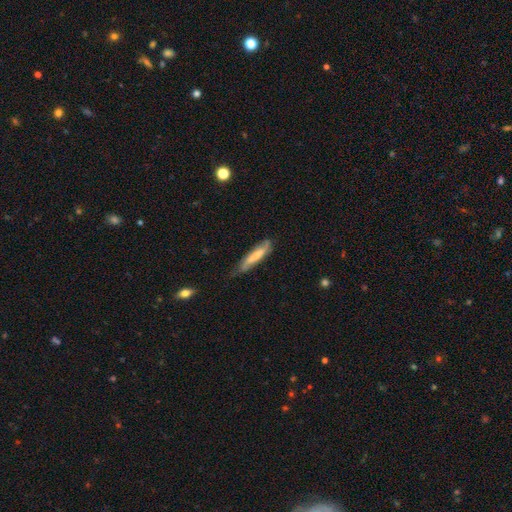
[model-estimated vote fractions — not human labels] smooth-or-featured: smooth: 59% | featured or disk: 36% | star or artifact: 6%
  how-rounded: cigar-shaped: 83% | in between: 15% | round: 1%
  merging: none: 56% | minor disturbance: 33% | major disturbance: 9% | merger: 2%